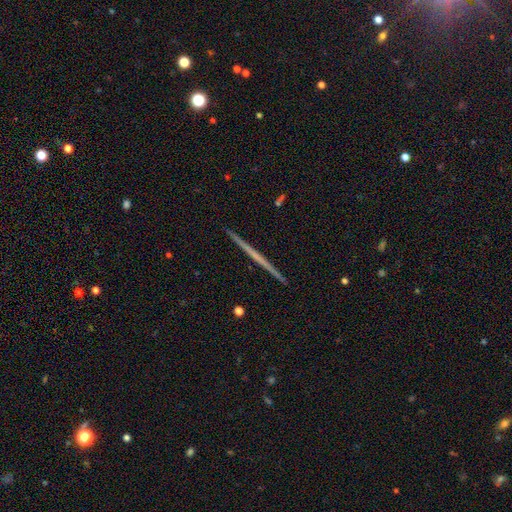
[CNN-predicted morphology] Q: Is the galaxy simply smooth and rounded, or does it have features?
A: featured or disk — 66%.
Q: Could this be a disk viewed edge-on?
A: yes — 98%.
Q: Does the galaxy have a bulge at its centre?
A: none — 88%.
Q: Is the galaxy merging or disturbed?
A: none — 93%.